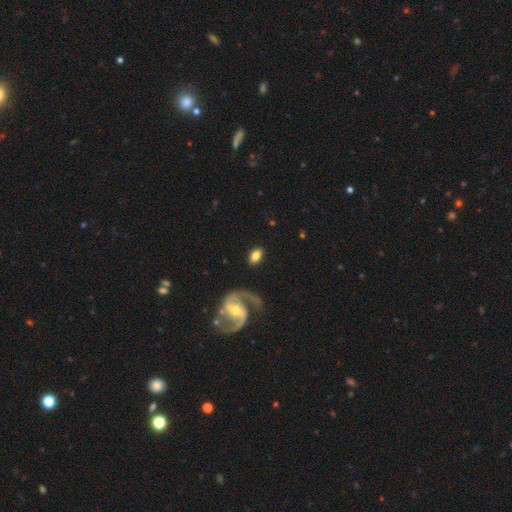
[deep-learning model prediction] A smooth galaxy with no disk features (64%) that is in between round and cigar-shaped (88%).

Vote fractions:
- Smooth or featured? smooth: 64% / featured or disk: 29% / star or artifact: 7%
- How rounded? in between: 88% / round: 9% / cigar-shaped: 3%
- Merging? none: 79% / minor disturbance: 12% / major disturbance: 6% / merger: 4%